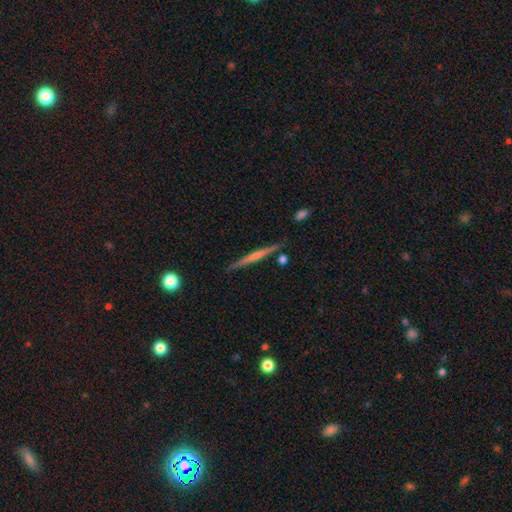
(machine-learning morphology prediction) A featured or disk galaxy (73%) viewed edge-on (97%) with a rounded central bulge (62%). Merging: none (89%).